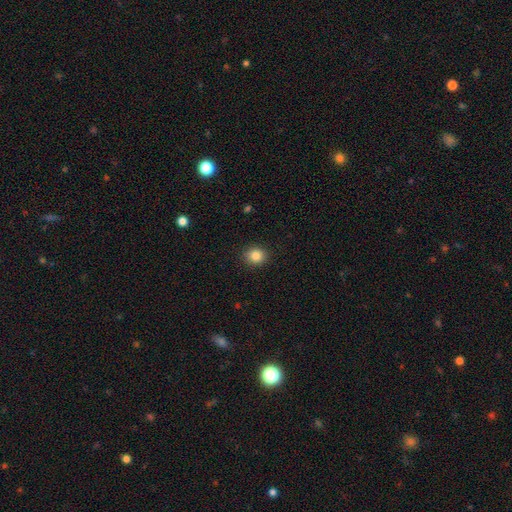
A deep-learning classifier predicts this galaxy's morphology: Smooth or featured: smooth — 85% (star or artifact — 10%)
How rounded: round — 79% (in between — 20%)
Merging: none — 90% (minor disturbance — 6%)